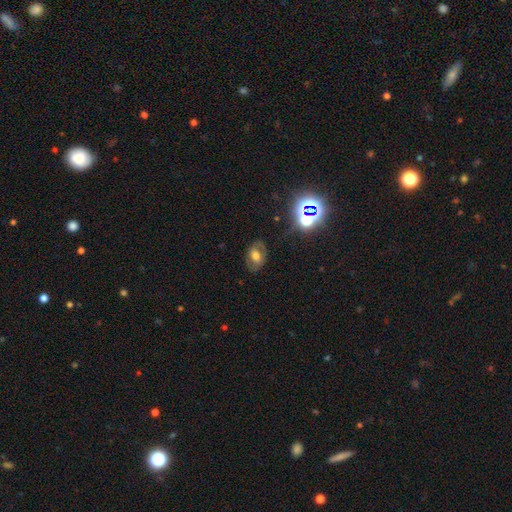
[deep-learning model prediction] smooth 46%, featured or disk 37%, star or artifact 16%. Down the decision tree: merging — none (75%).